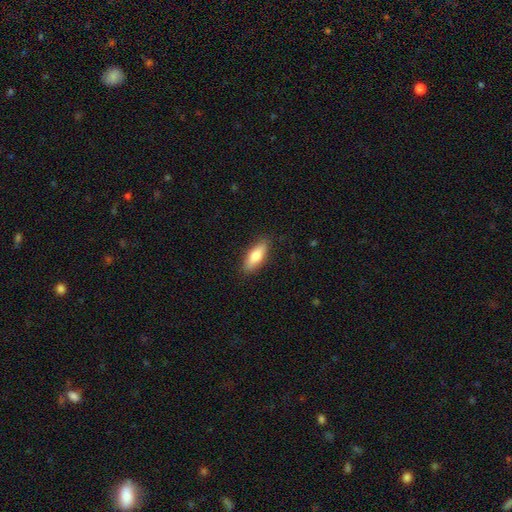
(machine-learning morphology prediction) The model was most divided on "how rounded": in between: 65%, cigar-shaped: 33%, round: 2%. More confident: merging — none (86%); smooth or featured — smooth (79%).